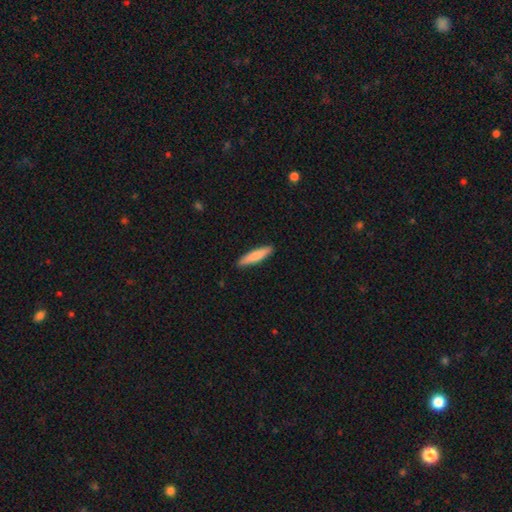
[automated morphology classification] smooth-or-featured: smooth: 81% | featured or disk: 14% | star or artifact: 5%
  how-rounded: cigar-shaped: 84% | in between: 15% | round: 1%
  merging: none: 90% | minor disturbance: 7% | major disturbance: 1% | merger: 1%